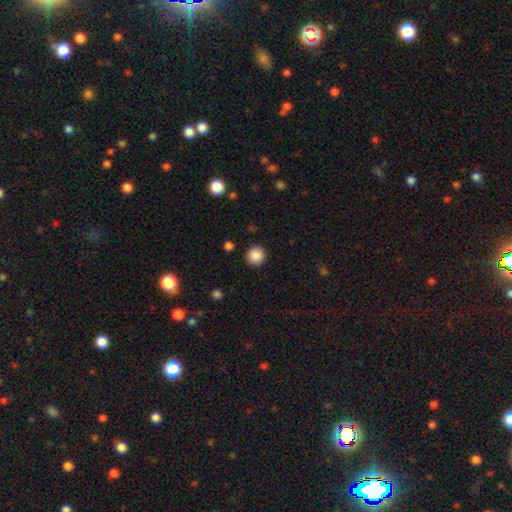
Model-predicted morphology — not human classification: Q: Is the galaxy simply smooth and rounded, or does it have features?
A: smooth — 88%.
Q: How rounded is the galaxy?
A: round — 95%.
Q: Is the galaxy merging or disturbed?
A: none — 92%.